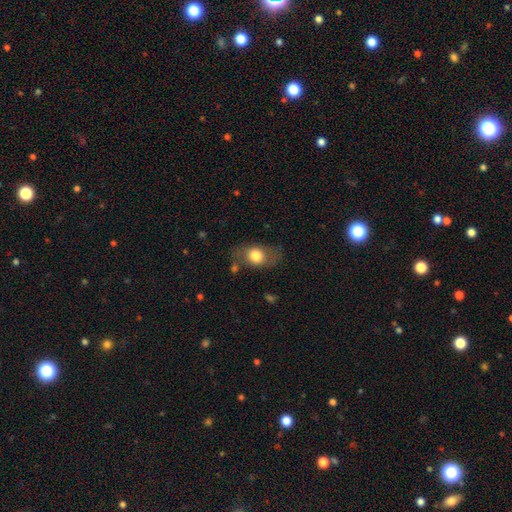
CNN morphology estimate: type=smooth (72%); roundness=in between (68%); merging=none (65%).